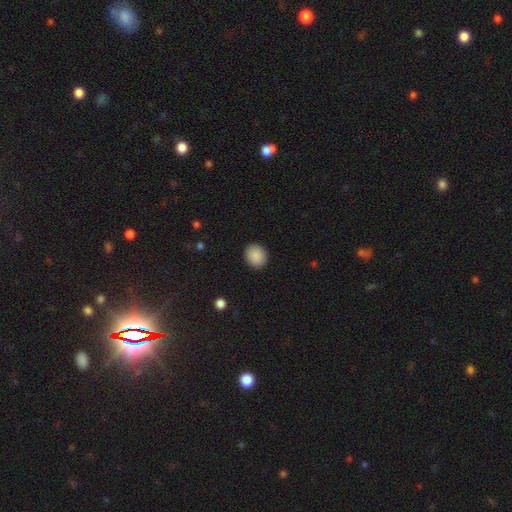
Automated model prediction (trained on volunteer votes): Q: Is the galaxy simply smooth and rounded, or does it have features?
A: smooth — 89%.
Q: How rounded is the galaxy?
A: round — 63%.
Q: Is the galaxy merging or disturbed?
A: none — 90%.